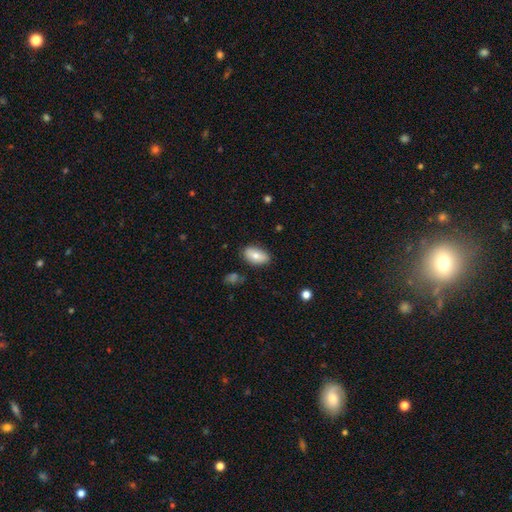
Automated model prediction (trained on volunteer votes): smooth 76%, featured or disk 16%, star or artifact 7%. Down the decision tree: how rounded — in between (93%); merging — none (82%).